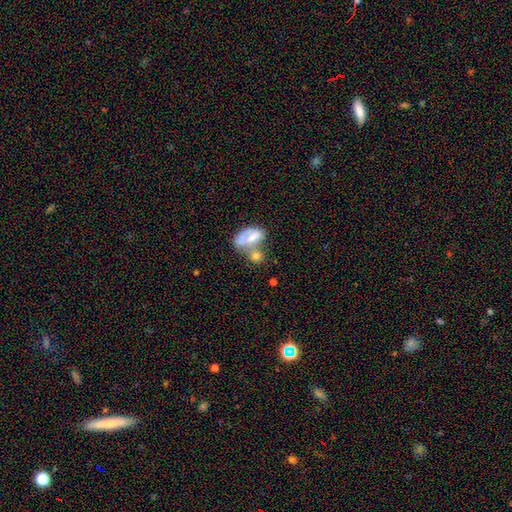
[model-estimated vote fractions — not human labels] Morphology: type=smooth (65%); roundness=in between (60%); merging=merger (51%).